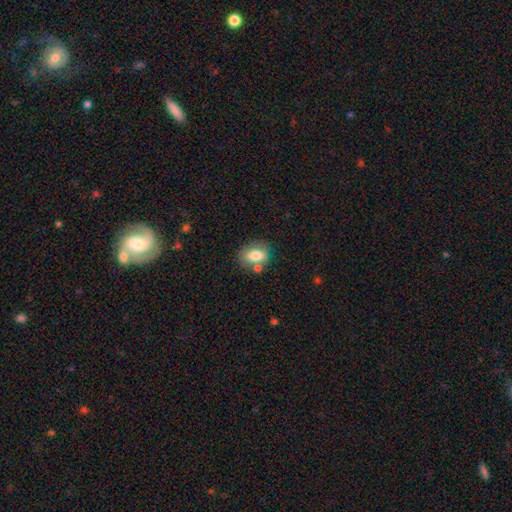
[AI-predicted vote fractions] smooth 75%, featured or disk 17%, star or artifact 8%. Down the decision tree: how rounded — in between (69%); merging — none (57%).